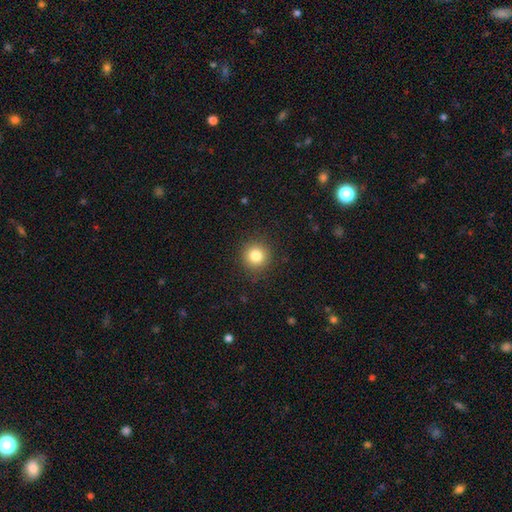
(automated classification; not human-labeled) smooth 82%, star or artifact 11%, featured or disk 7%. Down the decision tree: how rounded — round (94%); merging — none (91%).